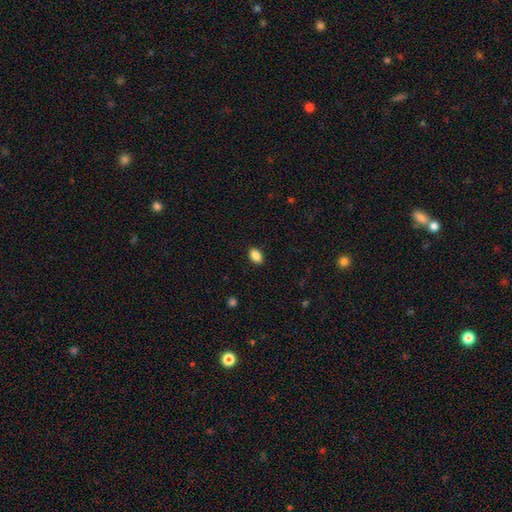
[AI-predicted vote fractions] The model was most divided on "smooth or featured": smooth: 88%, star or artifact: 8%, featured or disk: 4%. More confident: merging — none (89%); how rounded — in between (89%).